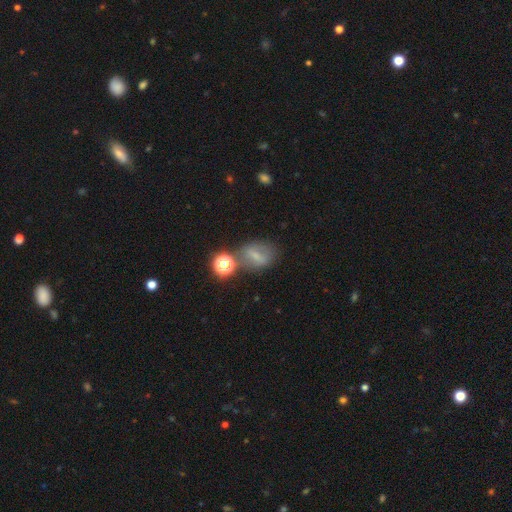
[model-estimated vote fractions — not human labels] smooth 48%, featured or disk 30%, star or artifact 21%. Down the decision tree: merging — none (58%).